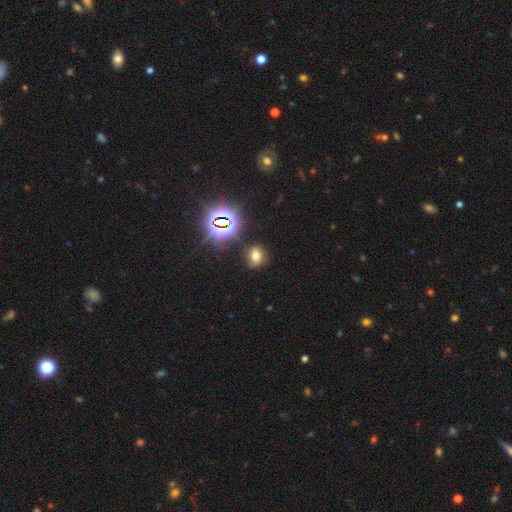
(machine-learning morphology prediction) smooth_or_featured: smooth (p=0.59) [alt: star or artifact p=0.29]
how_rounded: round (p=0.54) [alt: in between p=0.45]
merging: none (p=0.79) [alt: minor disturbance p=0.13]